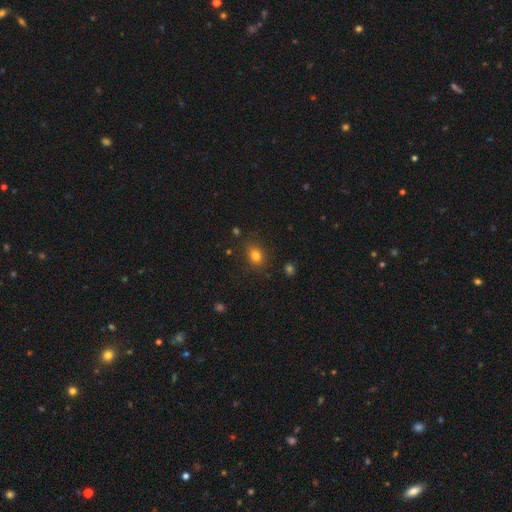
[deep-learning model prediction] Smooth or featured? smooth (79%)
How rounded? in between (52%)
Merging? none (83%)